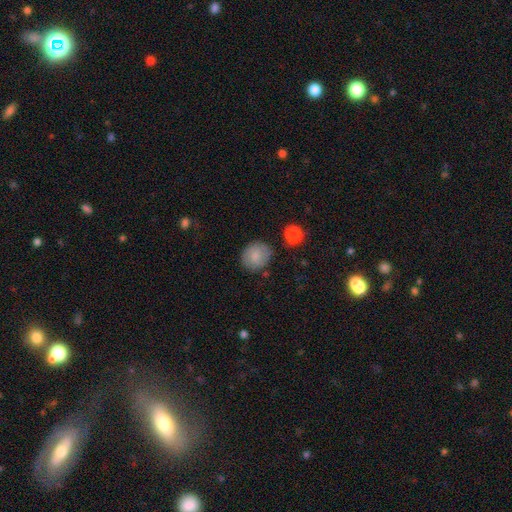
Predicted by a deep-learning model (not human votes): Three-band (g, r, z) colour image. It shows a smooth galaxy with no disk features (78%) that is round (71%). Merging: none (78%).